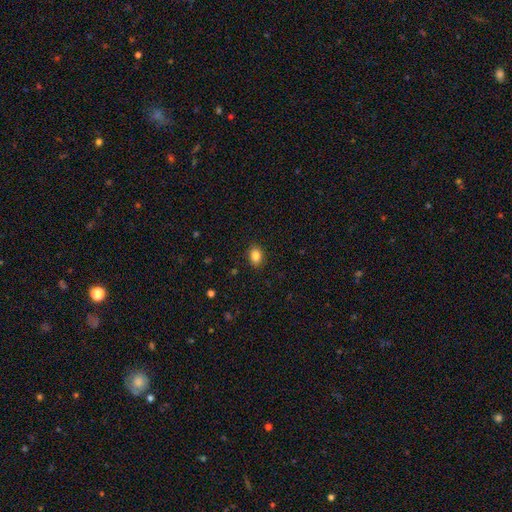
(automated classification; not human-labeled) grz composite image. It shows a smooth galaxy with no disk features (85%) that is in between round and cigar-shaped (70%). Merging: none (88%).